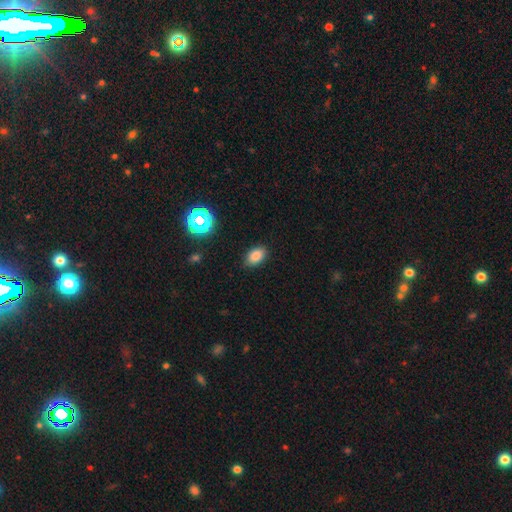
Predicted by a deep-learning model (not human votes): smooth_or_featured: smooth (p=0.82) [alt: star or artifact p=0.12]
how_rounded: in between (p=0.87) [alt: round p=0.11]
merging: none (p=0.84) [alt: minor disturbance p=0.12]